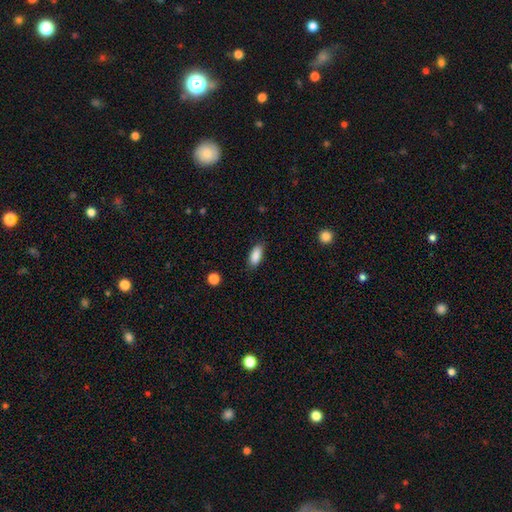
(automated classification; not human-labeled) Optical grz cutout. It shows a smooth galaxy with no disk features (89%) that is in between round and cigar-shaped (85%). Merging: none (83%).